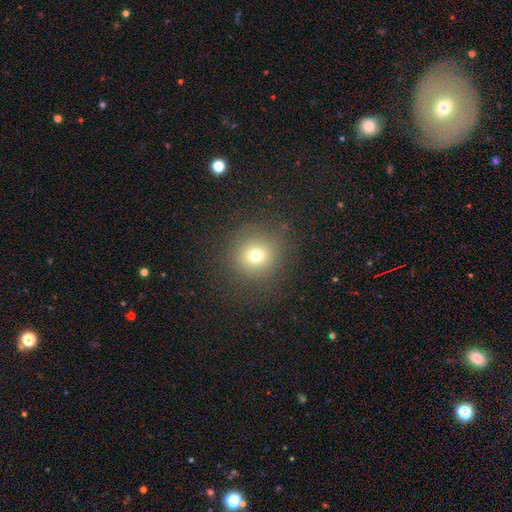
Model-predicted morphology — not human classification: Smooth or featured? Predicted: smooth (p=0.72). How rounded? Predicted: round (p=0.93). Merging? Predicted: none (p=0.86).